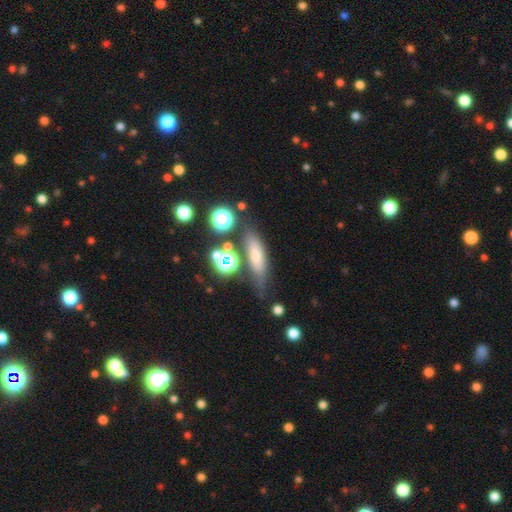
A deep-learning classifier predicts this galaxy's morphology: A smooth galaxy with no disk features (63%) that is cigar-shaped (55%). Merging: none (66%).